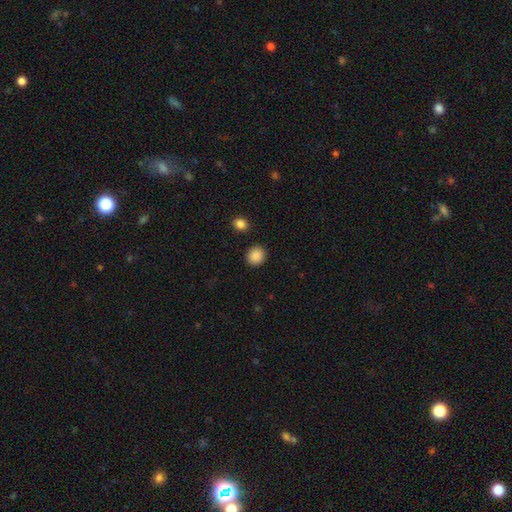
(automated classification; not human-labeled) This appears to be a smooth galaxy with no disk features (89%) that is round (85%). Merging: none (90%).